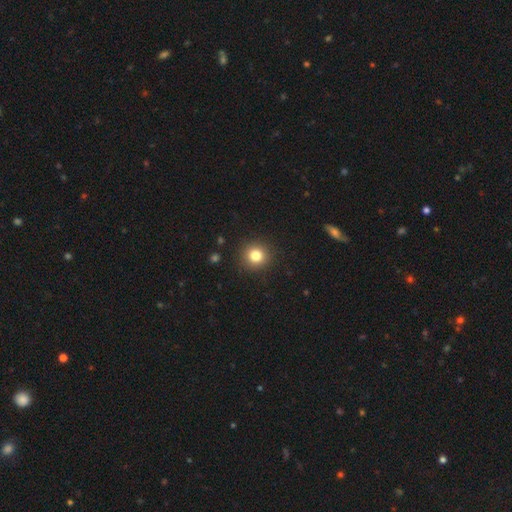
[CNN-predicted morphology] This is clearly a smooth galaxy (82%). How rounded: clearly round (93%). Merging: clearly none (91%).